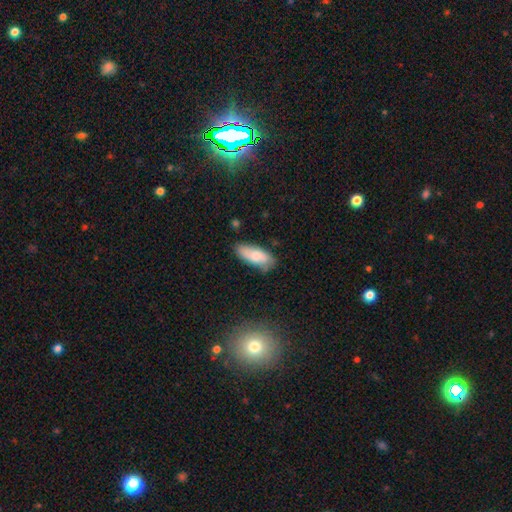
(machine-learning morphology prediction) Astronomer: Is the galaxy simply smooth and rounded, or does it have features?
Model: smooth — 75%.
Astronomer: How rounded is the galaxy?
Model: in between — 78%.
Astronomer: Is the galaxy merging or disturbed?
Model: none — 69%.